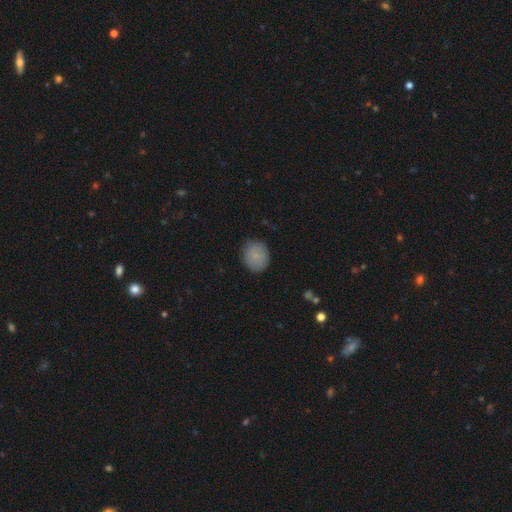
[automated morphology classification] This appears to be a smooth galaxy with no disk features (83%) that is round (72%). Merging: none (84%).